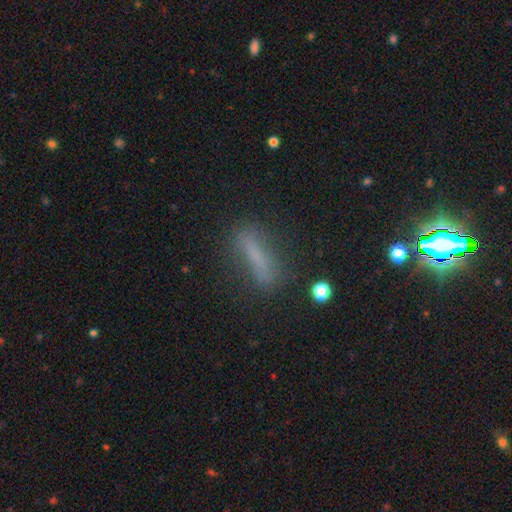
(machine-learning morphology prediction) type=smooth (58%); roundness=cigar-shaped (79%); merging=none (75%).